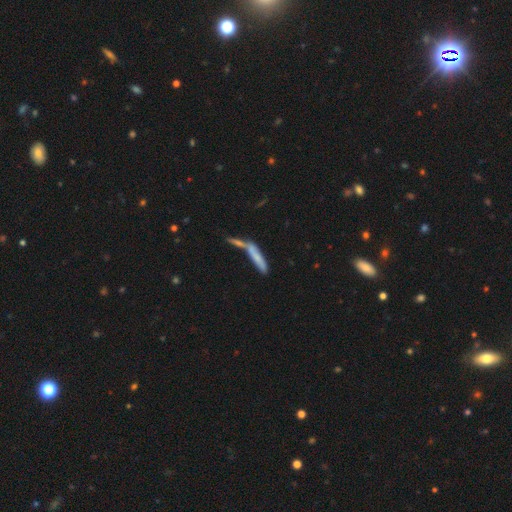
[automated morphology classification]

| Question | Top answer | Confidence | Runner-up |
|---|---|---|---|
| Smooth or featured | smooth | 63% | featured or disk (28%) |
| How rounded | cigar-shaped | 87% | in between (11%) |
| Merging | none | 42% | merger (40%) |